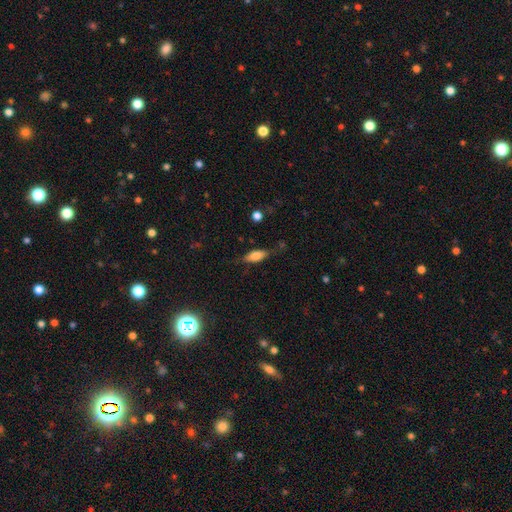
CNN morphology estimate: Smooth or featured?
  - smooth: 68% *
  - featured or disk: 25%
  - star or artifact: 8%
How rounded?
  - in between: 71% *
  - cigar-shaped: 26%
  - round: 3%
Merging?
  - none: 71% *
  - minor disturbance: 20%
  - major disturbance: 6%
  - merger: 2%